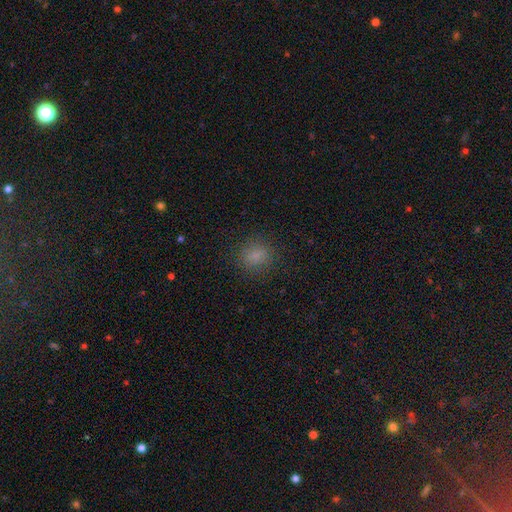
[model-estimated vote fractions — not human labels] A smooth galaxy with no disk features (82%) that is round (78%).

Vote fractions:
- Smooth or featured? smooth: 82% / star or artifact: 14% / featured or disk: 4%
- How rounded? round: 78% / in between: 21% / cigar-shaped: 1%
- Merging? none: 87% / minor disturbance: 9% / major disturbance: 3% / merger: 1%